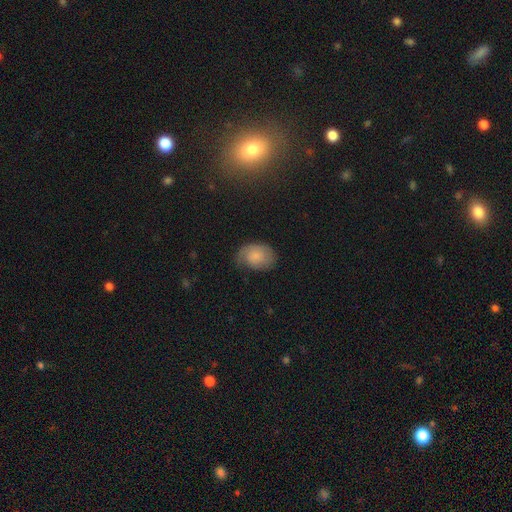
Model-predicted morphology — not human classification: smooth 63%, featured or disk 29%, star or artifact 8%. Down the decision tree: how rounded — in between (74%); merging — none (57%).